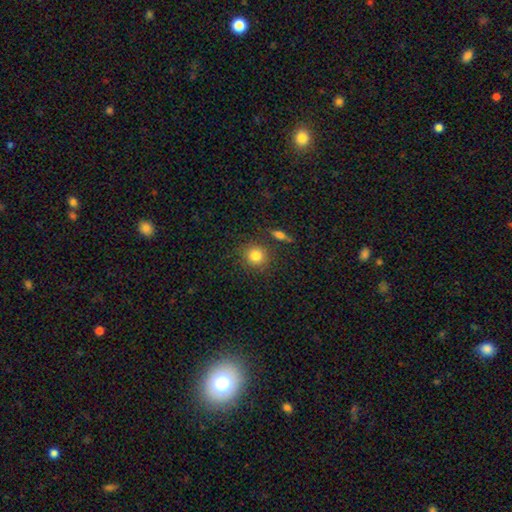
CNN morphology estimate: This is clearly a smooth galaxy (83%). How rounded: clearly round (89%). Merging: clearly none (82%).